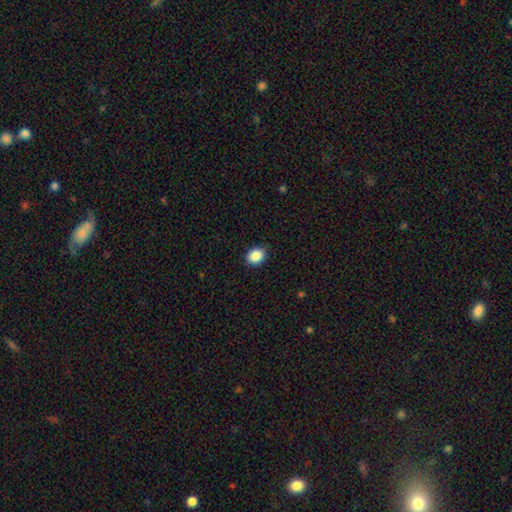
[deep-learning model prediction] Smooth or featured?
  - smooth: 88% *
  - star or artifact: 9%
  - featured or disk: 3%
How rounded?
  - round: 51% *
  - in between: 48%
  - cigar-shaped: 1%
Merging?
  - none: 89% *
  - minor disturbance: 9%
  - major disturbance: 2%
  - merger: 1%